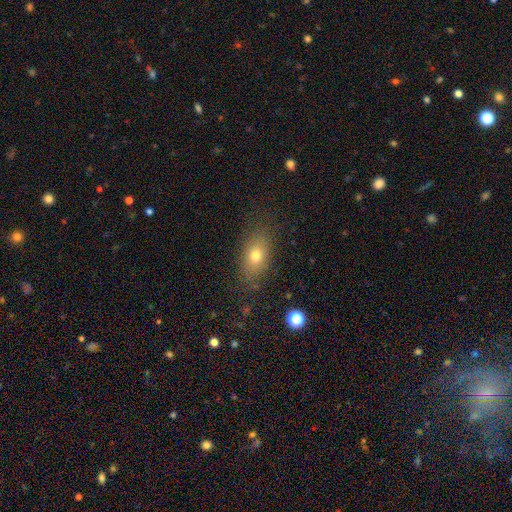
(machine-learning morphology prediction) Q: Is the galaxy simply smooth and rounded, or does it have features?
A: smooth — 73%.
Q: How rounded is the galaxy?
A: in between — 80%.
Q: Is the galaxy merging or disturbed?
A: none — 80%.